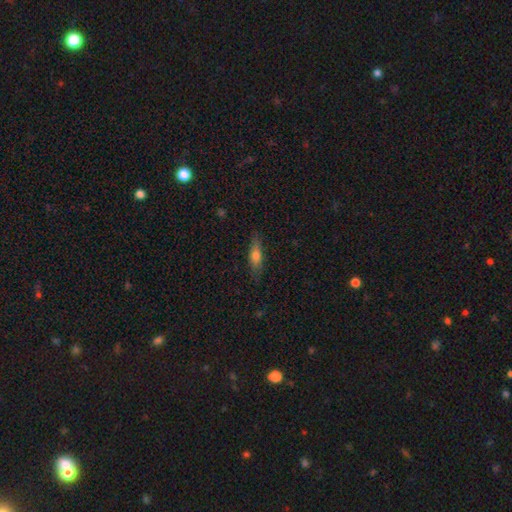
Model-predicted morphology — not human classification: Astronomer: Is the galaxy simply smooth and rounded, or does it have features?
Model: smooth — 65%.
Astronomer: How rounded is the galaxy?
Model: cigar-shaped — 52% (runner-up: in between, 45%).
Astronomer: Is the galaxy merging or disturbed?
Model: none — 82%.